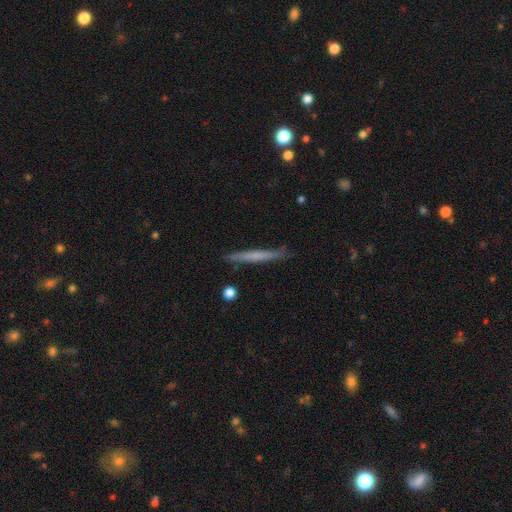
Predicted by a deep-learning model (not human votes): smooth_or_featured: smooth (p=0.48) [alt: featured or disk p=0.45]
merging: none (p=0.87) [alt: minor disturbance p=0.09]